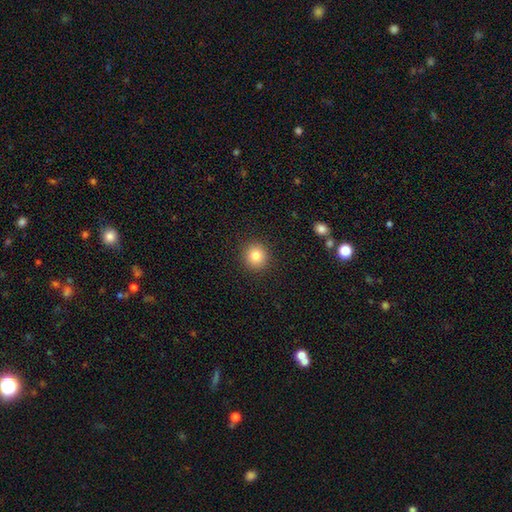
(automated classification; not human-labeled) Overall: smooth (82%). How rounded: round (92%). Merging: none (91%).